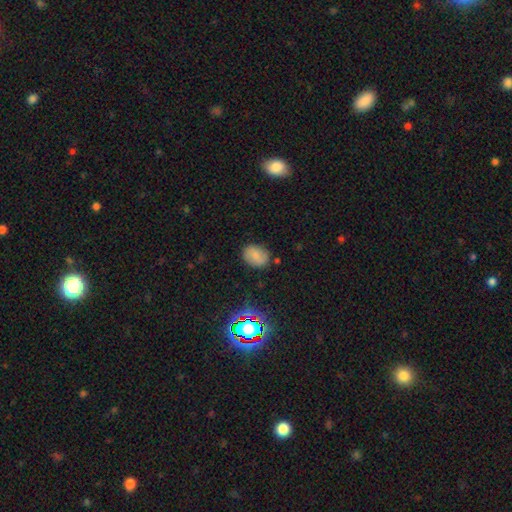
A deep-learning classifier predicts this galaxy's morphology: Smooth or featured: smooth — 72% (featured or disk — 15%)
How rounded: in between — 63% (round — 36%)
Merging: none — 80% (minor disturbance — 14%)